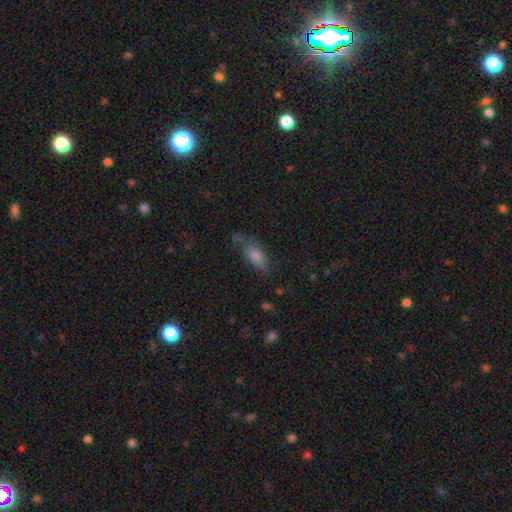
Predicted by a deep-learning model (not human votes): This appears to be a smooth galaxy with no disk features (80%) that is in between round and cigar-shaped (87%). Merging: none (49%).